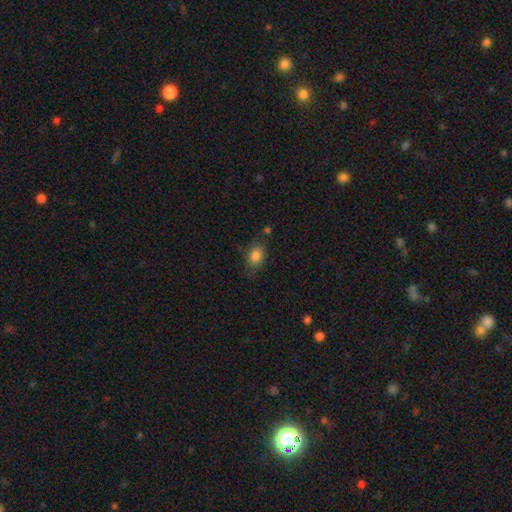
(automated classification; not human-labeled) Morphology: type=smooth (82%); roundness=in between (74%); merging=none (66%).